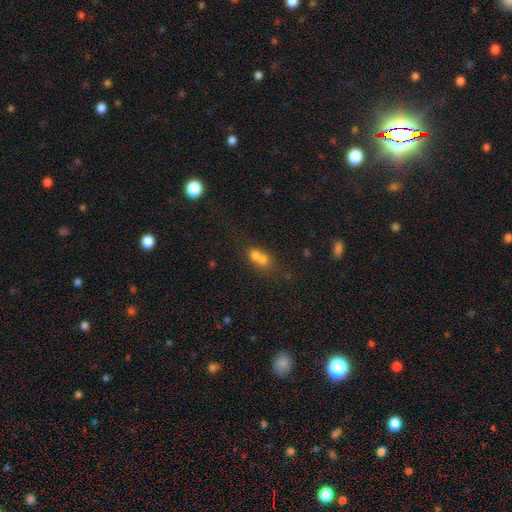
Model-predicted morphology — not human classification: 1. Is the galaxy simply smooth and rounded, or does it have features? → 67% smooth, 20% featured or disk, 13% star or artifact.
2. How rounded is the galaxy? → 56% round, 41% in between, 3% cigar-shaped.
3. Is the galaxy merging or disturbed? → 69% merger, 21% none, 6% minor disturbance, 4% major disturbance.